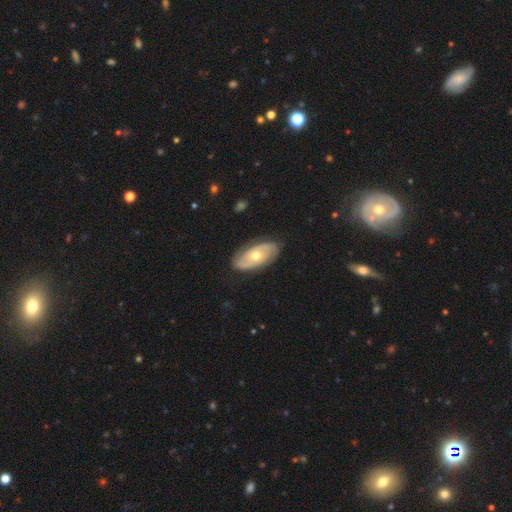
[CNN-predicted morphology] Q: Smooth or featured?
A: featured or disk (72%); runner-up: smooth (23%)
Q: Edge-on disk?
A: no (91%); runner-up: yes (9%)
Q: Bar?
A: no (79%); runner-up: weak (17%)
Q: Spiral arms?
A: yes (78%); runner-up: no (22%)
Q: Spiral winding?
A: tight (55%); runner-up: medium (31%)
Q: Spiral arm count?
A: 2 (64%); runner-up: can't tell (24%)
Q: Bulge size?
A: moderate (69%); runner-up: small (26%)
Q: Merging?
A: none (83%); runner-up: minor disturbance (13%)